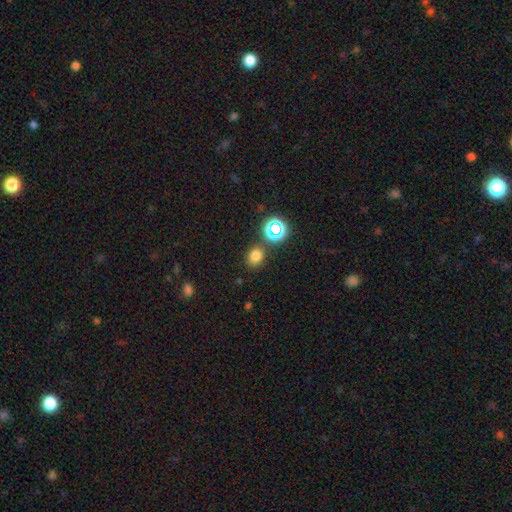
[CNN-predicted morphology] A smooth galaxy with no disk features (74%) that is round (61%).

Vote fractions:
- Smooth or featured? smooth: 74% / star or artifact: 20% / featured or disk: 6%
- How rounded? round: 61% / in between: 38% / cigar-shaped: 1%
- Merging? none: 80% / minor disturbance: 10% / merger: 7% / major disturbance: 3%